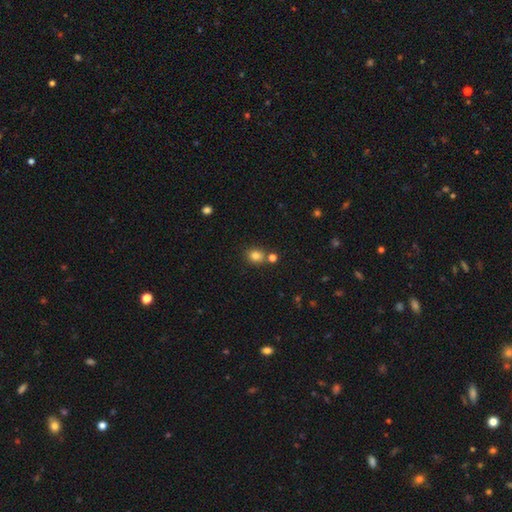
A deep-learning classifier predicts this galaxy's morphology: smooth_or_featured: smooth (p=0.81) [alt: star or artifact p=0.13]
how_rounded: round (p=0.75) [alt: in between p=0.24]
merging: none (p=0.71) [alt: merger p=0.17]